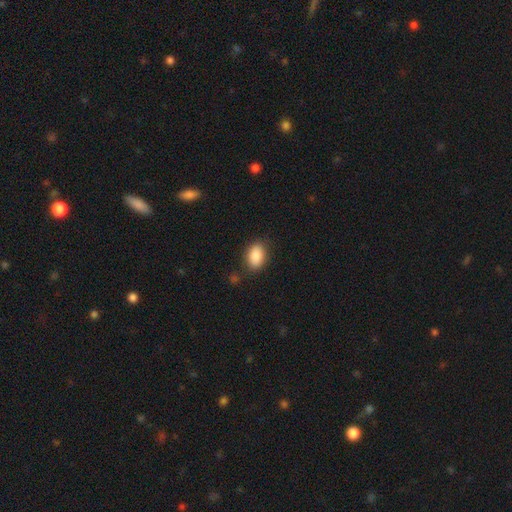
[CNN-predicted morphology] Smooth or featured? smooth (87%)
How rounded? in between (86%)
Merging? none (83%)